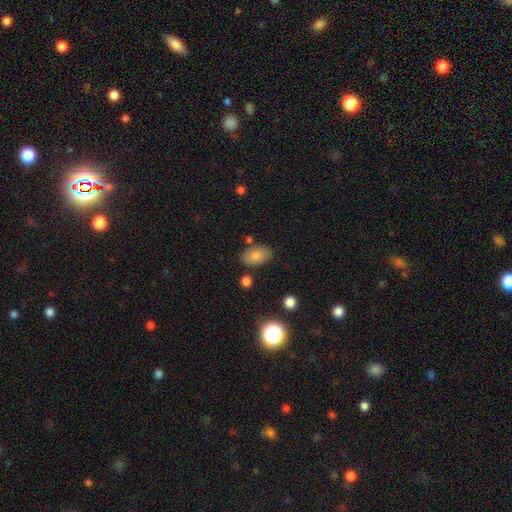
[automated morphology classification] Smooth or featured? Predicted: smooth (p=0.79). How rounded? Predicted: in between (p=0.89). Merging? Predicted: none (p=0.78).